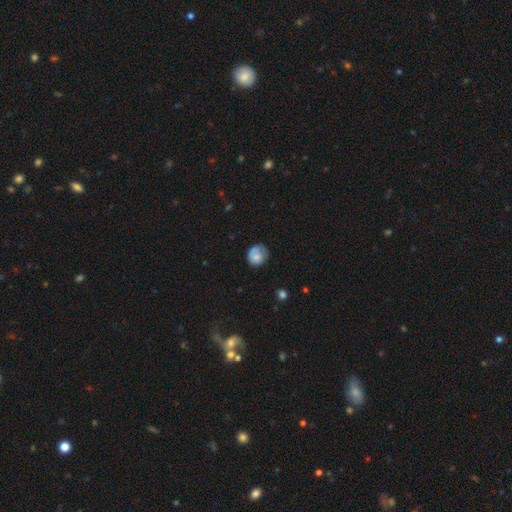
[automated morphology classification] The model was most divided on "merging": none: 56%, minor disturbance: 29%, major disturbance: 13%, merger: 2%. More confident: how rounded — round (71%); smooth or featured — smooth (65%).